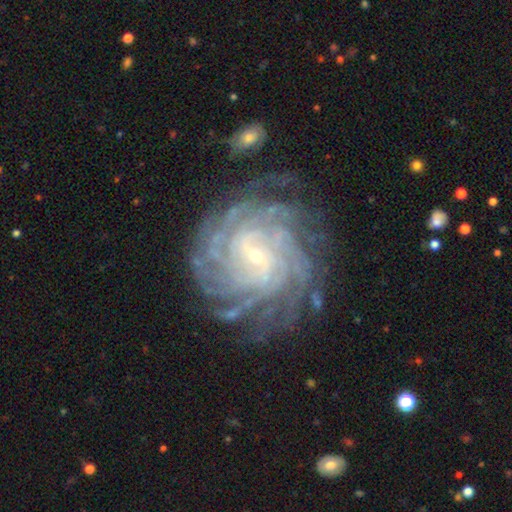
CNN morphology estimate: The model was most divided on "spiral arm count": more than 4: 38%, 4: 22%, can't tell: 18%, 3: 8%, 2: 7%, 1: 7%. More confident: spiral arms — yes (98%); edge-on disk — no (98%); smooth or featured — featured or disk (91%); bulge size — small (83%); spiral winding — tight (81%); merging — none (78%); bar — weak (50%).